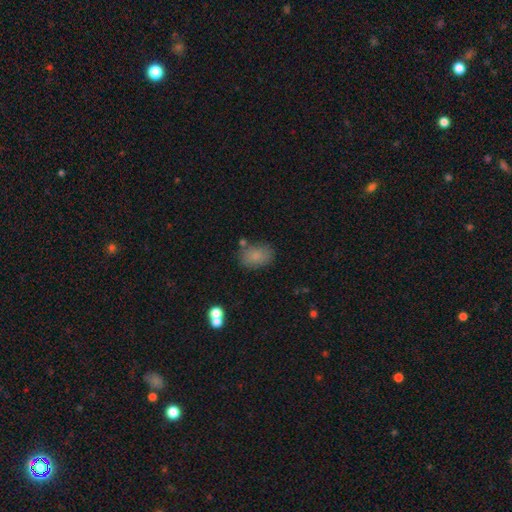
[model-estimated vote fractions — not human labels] smooth 82%, star or artifact 9%, featured or disk 8%. Down the decision tree: how rounded — in between (81%); merging — none (73%).